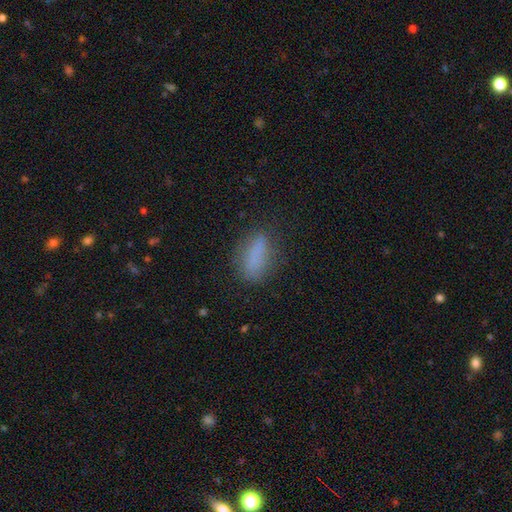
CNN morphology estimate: smooth-or-featured: smooth: 78% | featured or disk: 11% | star or artifact: 11%
  how-rounded: in between: 66% | cigar-shaped: 29% | round: 5%
  merging: none: 73% | minor disturbance: 18% | major disturbance: 7% | merger: 2%